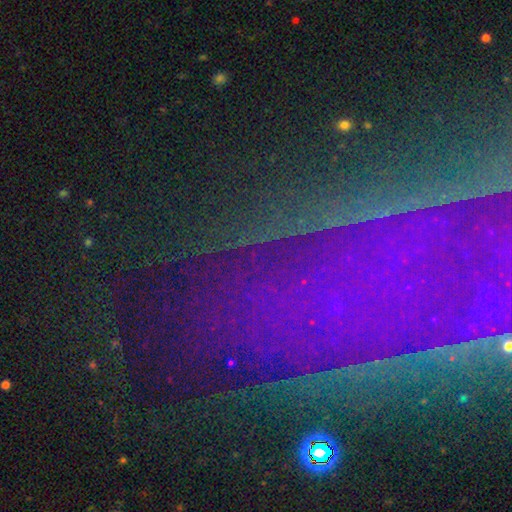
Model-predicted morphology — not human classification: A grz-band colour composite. It shows a star or artifact, not a galaxy (81%).